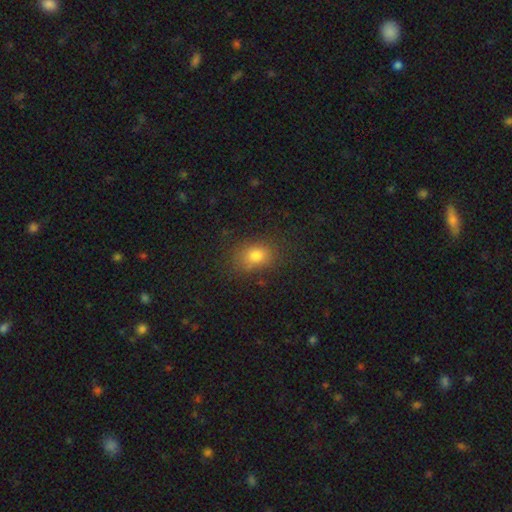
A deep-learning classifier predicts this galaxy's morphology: smooth_or_featured: smooth (p=0.80) [alt: star or artifact p=0.12]
how_rounded: in between (p=0.63) [alt: round p=0.36]
merging: none (p=0.75) [alt: minor disturbance p=0.17]